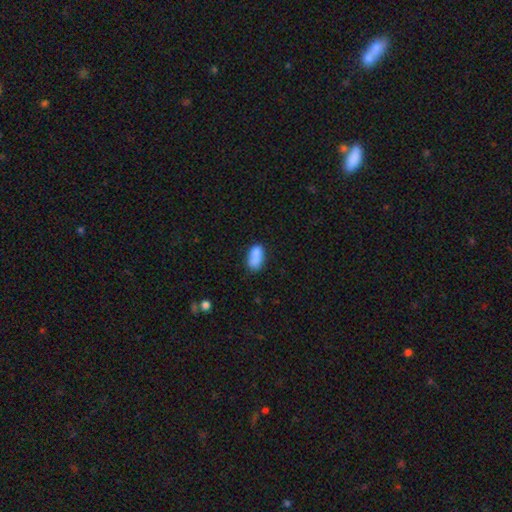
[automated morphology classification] smooth-or-featured: smooth: 81% | featured or disk: 11% | star or artifact: 8%
  how-rounded: in between: 89% | round: 6% | cigar-shaped: 5%
  merging: none: 47% | minor disturbance: 24% | merger: 21% | major disturbance: 8%